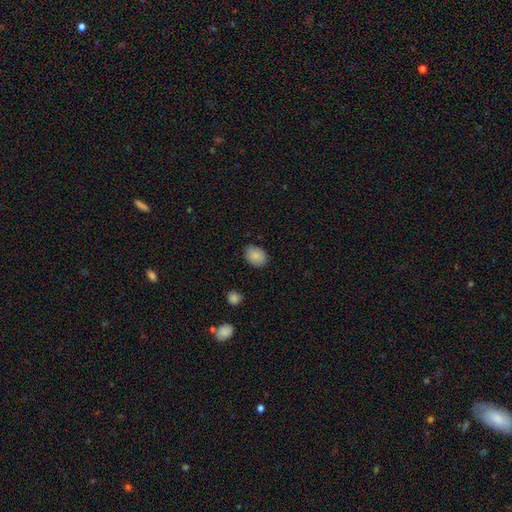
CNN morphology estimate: Smooth or featured?
  - smooth: 87% *
  - star or artifact: 7%
  - featured or disk: 5%
How rounded?
  - in between: 68% *
  - round: 31%
  - cigar-shaped: 1%
Merging?
  - none: 84% *
  - minor disturbance: 12%
  - major disturbance: 2%
  - merger: 1%